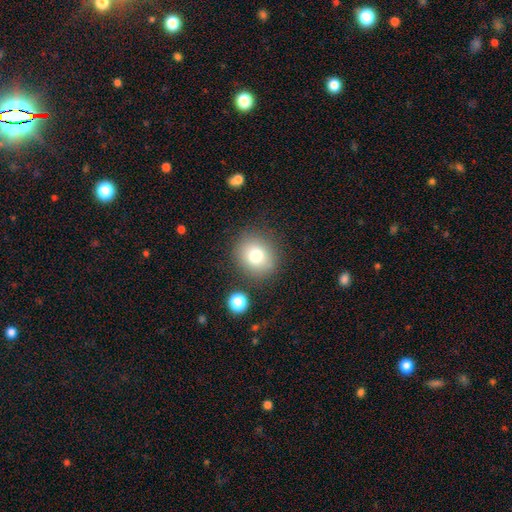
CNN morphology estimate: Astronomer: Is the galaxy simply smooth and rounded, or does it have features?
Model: smooth — 78%.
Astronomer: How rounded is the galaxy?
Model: round — 78%.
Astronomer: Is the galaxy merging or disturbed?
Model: none — 81%.